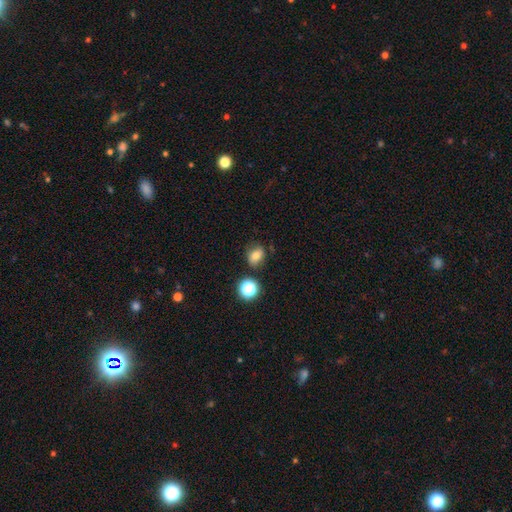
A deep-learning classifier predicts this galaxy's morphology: type=smooth (74%); roundness=in between (55%); merging=none (71%).